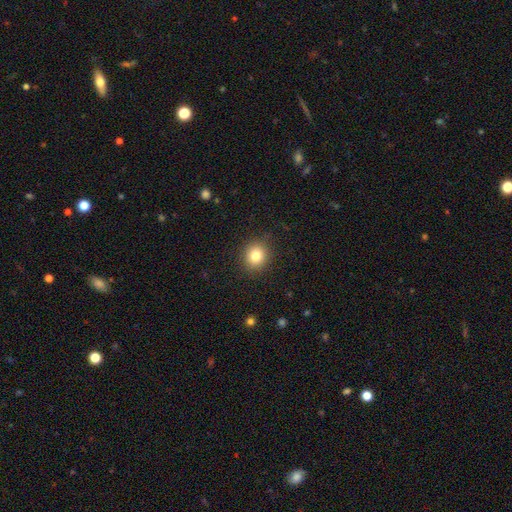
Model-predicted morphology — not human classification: smooth 81%, star or artifact 11%, featured or disk 8%. Down the decision tree: how rounded — round (83%); merging — none (90%).